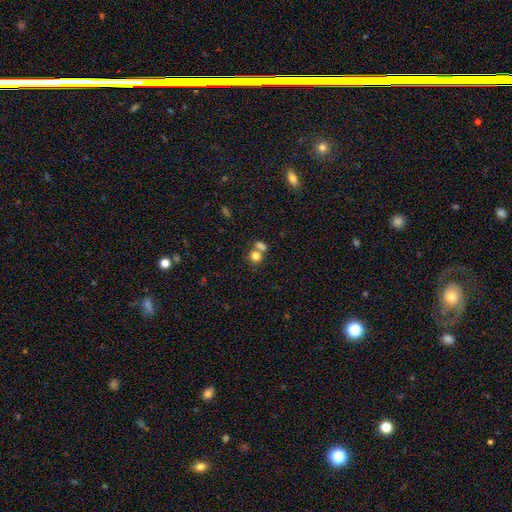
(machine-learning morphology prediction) A smooth galaxy with no disk features (79%) that is round (73%).

Vote fractions:
- Smooth or featured? smooth: 79% / star or artifact: 12% / featured or disk: 9%
- How rounded? round: 73% / in between: 26% / cigar-shaped: 1%
- Merging? merger: 44% / none: 43% / minor disturbance: 8% / major disturbance: 5%